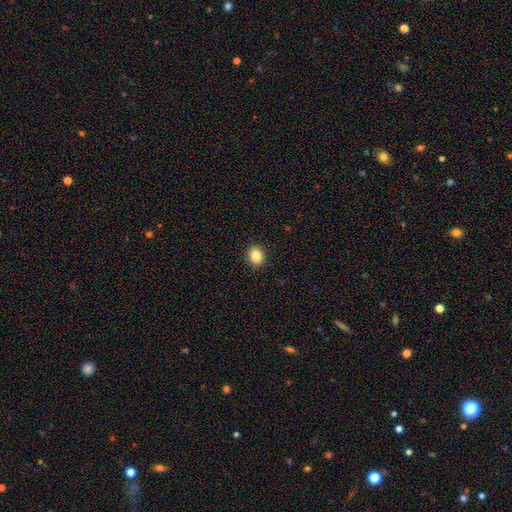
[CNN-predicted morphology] Q: Smooth or featured?
A: smooth (85%); runner-up: star or artifact (10%)
Q: How rounded?
A: round (70%); runner-up: in between (29%)
Q: Merging?
A: none (92%); runner-up: minor disturbance (6%)